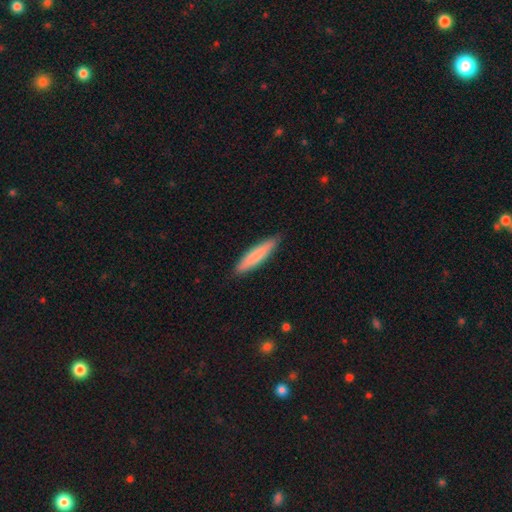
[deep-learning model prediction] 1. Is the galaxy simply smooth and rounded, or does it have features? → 81% smooth, 14% featured or disk, 5% star or artifact.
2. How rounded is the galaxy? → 87% cigar-shaped, 11% in between, 1% round.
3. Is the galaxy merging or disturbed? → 89% none, 9% minor disturbance, 2% major disturbance, 1% merger.